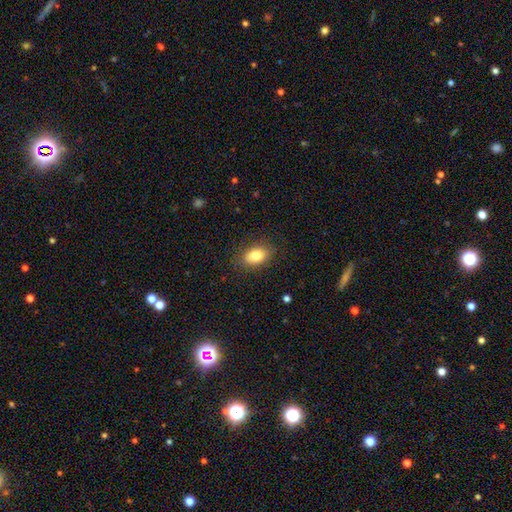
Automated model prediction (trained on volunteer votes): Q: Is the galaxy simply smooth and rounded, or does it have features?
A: smooth — 82%.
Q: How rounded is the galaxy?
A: in between — 87%.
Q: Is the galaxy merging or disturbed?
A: none — 85%.